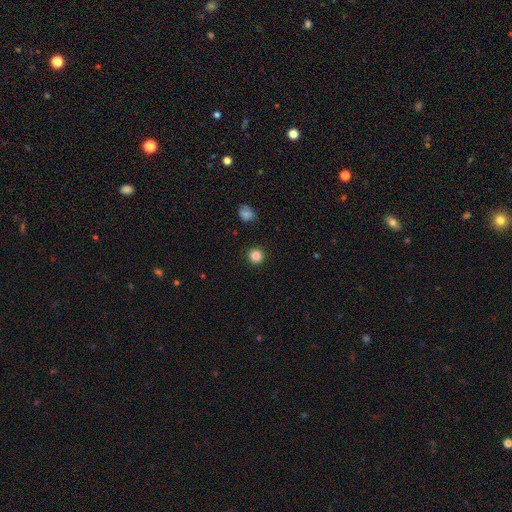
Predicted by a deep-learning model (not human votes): Q: Smooth or featured?
A: smooth (85%); runner-up: star or artifact (11%)
Q: How rounded?
A: round (95%); runner-up: in between (4%)
Q: Merging?
A: none (92%); runner-up: minor disturbance (5%)